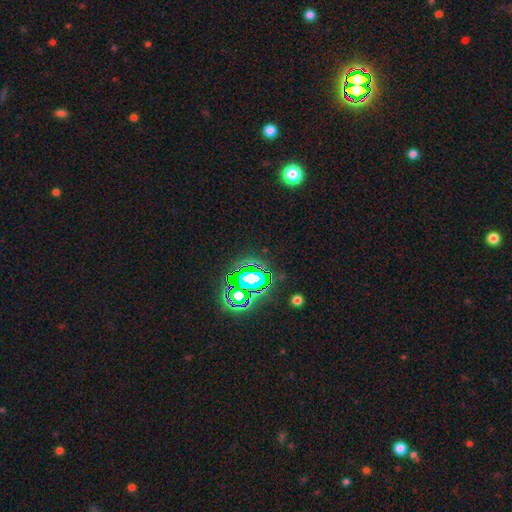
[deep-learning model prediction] Smooth or featured? star or artifact (79%)